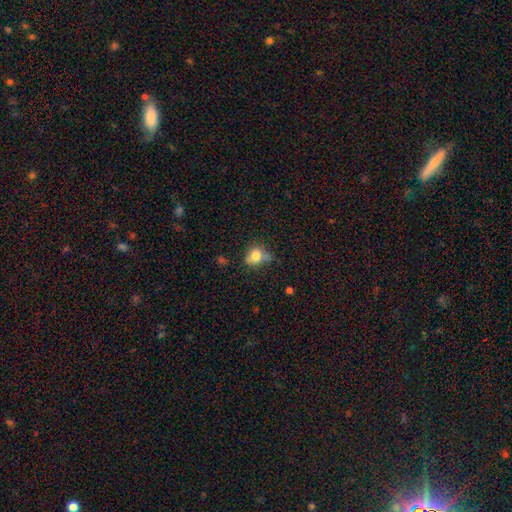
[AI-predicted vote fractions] A smooth galaxy with no disk features (77%) that is round (55%). Merging: none (50%).